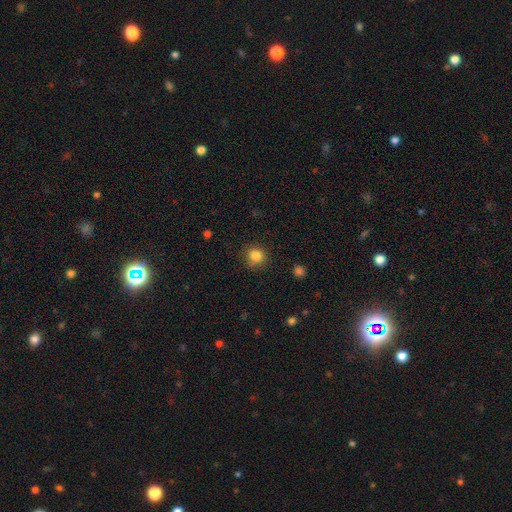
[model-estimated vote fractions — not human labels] Morphology: type=smooth (84%); roundness=round (81%); merging=none (80%).